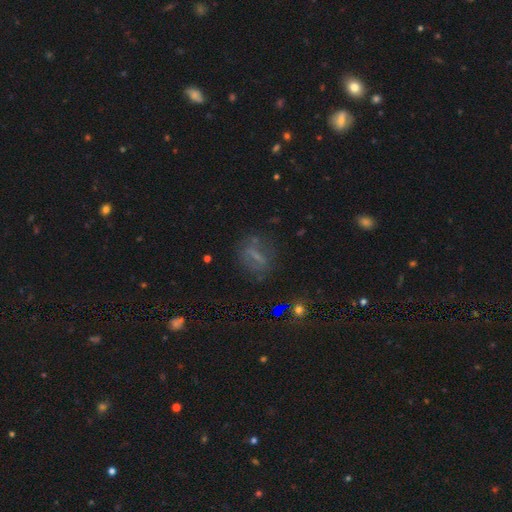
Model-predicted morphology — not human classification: smooth_or_featured: smooth (p=0.39) [alt: featured or disk p=0.35]
merging: none (p=0.69) [alt: minor disturbance p=0.16]